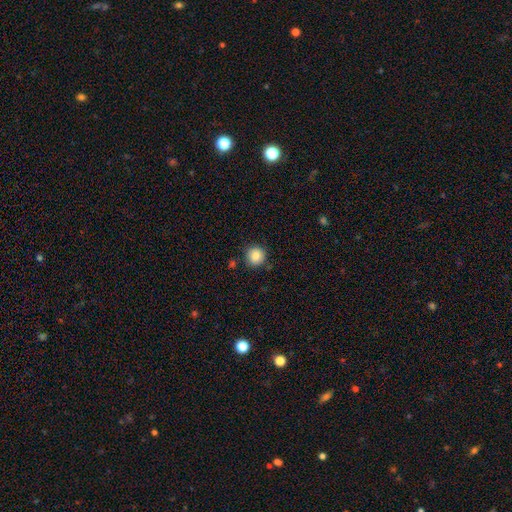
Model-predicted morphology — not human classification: Smooth or featured? smooth (86%)
How rounded? round (91%)
Merging? none (85%)